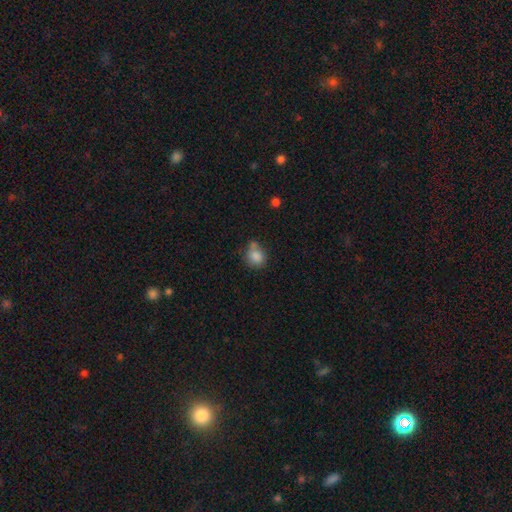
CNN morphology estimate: type=smooth (84%); roundness=round (74%); merging=none (54%).